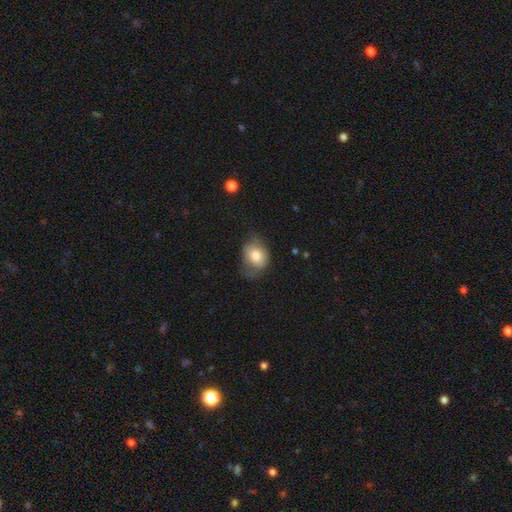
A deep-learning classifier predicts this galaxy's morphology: This is likely a smooth galaxy (75%). How rounded: possibly in between (59%). Merging: possibly none (46%).